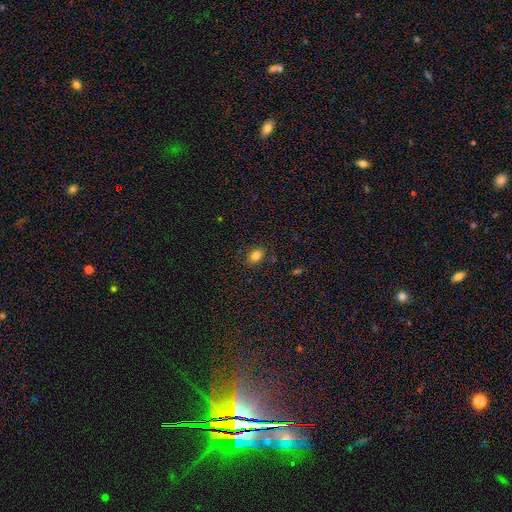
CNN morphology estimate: smooth-or-featured: smooth: 81% | star or artifact: 12% | featured or disk: 7%
  how-rounded: in between: 73% | round: 26% | cigar-shaped: 1%
  merging: none: 82% | minor disturbance: 12% | major disturbance: 3% | merger: 2%